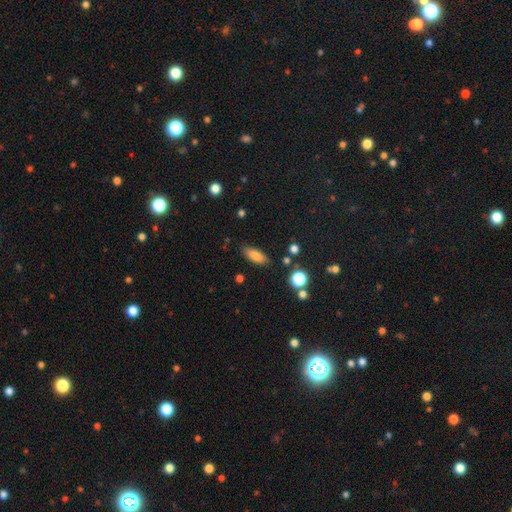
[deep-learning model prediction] This appears to be a smooth galaxy with no disk features (81%) that is in between round and cigar-shaped (75%). Merging: none (82%).